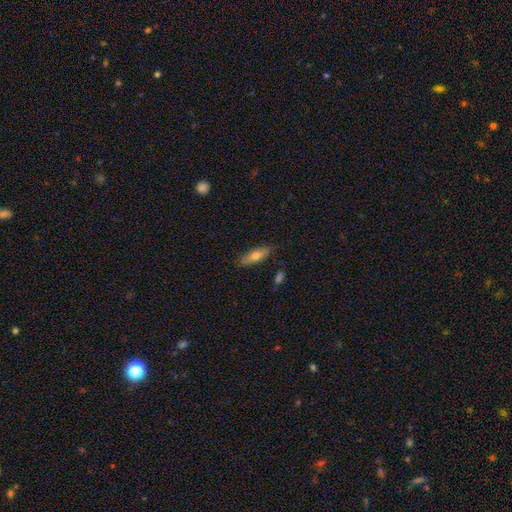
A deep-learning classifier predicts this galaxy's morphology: Smooth or featured? Predicted: smooth (p=0.70). How rounded? Predicted: in between (p=0.56). Merging? Predicted: none (p=0.84).